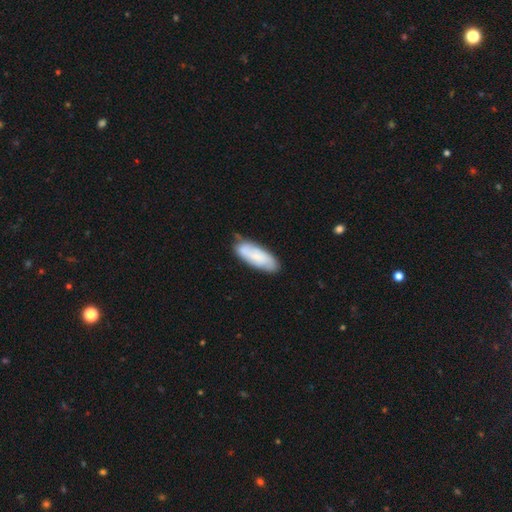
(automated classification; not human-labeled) Morphology: type=smooth (57%); roundness=in between (66%); merging=none (72%).